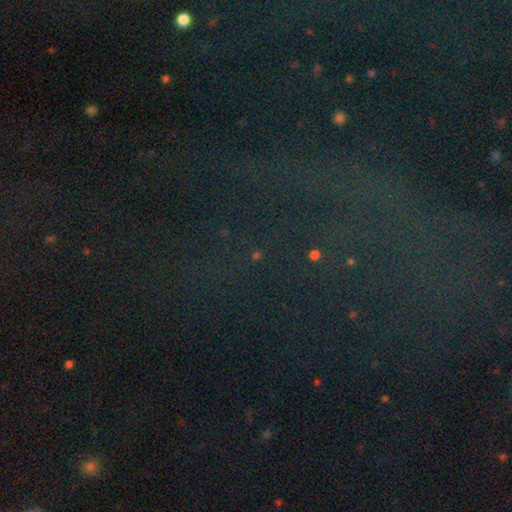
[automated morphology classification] type=star or artifact (79%).